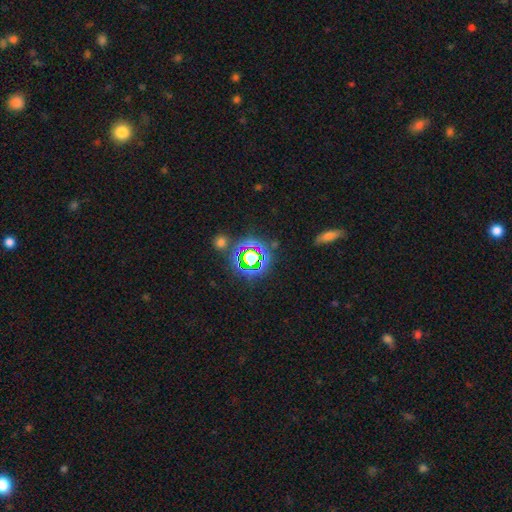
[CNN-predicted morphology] star or artifact 74%, smooth 17%, featured or disk 9%.